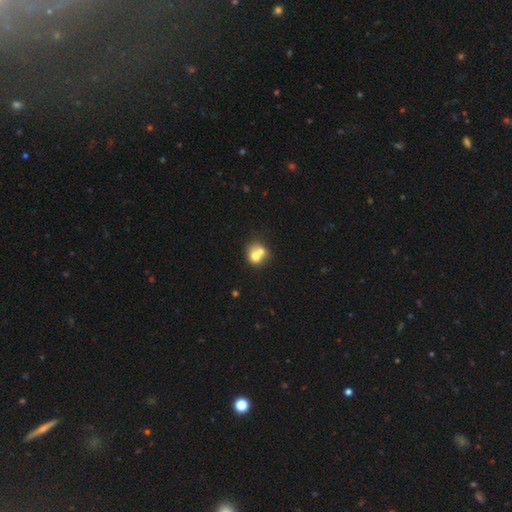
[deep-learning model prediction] Smooth or featured?
  - smooth: 66% *
  - featured or disk: 23%
  - star or artifact: 10%
How rounded?
  - round: 76% *
  - in between: 23%
  - cigar-shaped: 1%
Merging?
  - merger: 59% *
  - none: 31%
  - minor disturbance: 7%
  - major disturbance: 3%